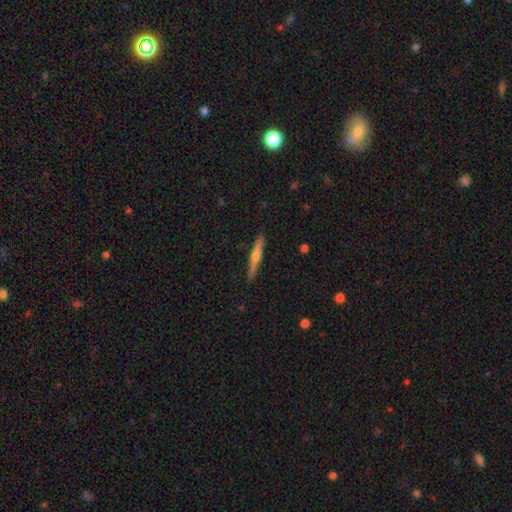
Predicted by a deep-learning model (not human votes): Q: Smooth or featured?
A: featured or disk (65%); runner-up: smooth (29%)
Q: Edge-on disk?
A: yes (98%); runner-up: no (2%)
Q: Edge-on bulge?
A: rounded (85%); runner-up: none (10%)
Q: Merging?
A: none (90%); runner-up: minor disturbance (7%)